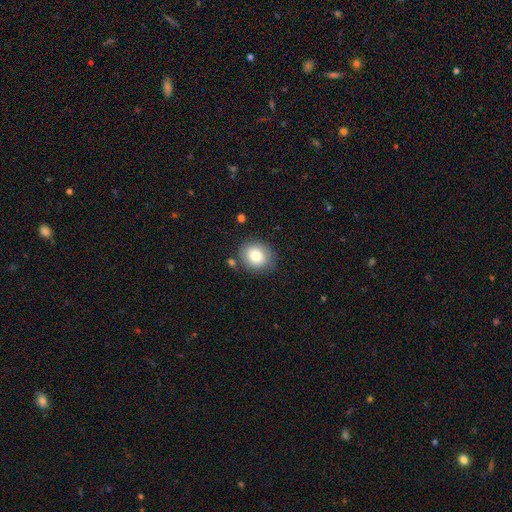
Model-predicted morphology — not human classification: Smooth or featured? smooth (79%)
How rounded? round (69%)
Merging? none (78%)